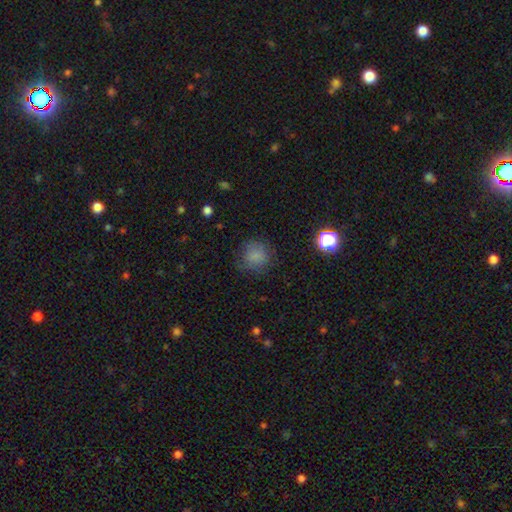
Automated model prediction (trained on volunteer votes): Smooth or featured? Predicted: smooth (p=0.79). How rounded? Predicted: round (p=0.87). Merging? Predicted: none (p=0.75).